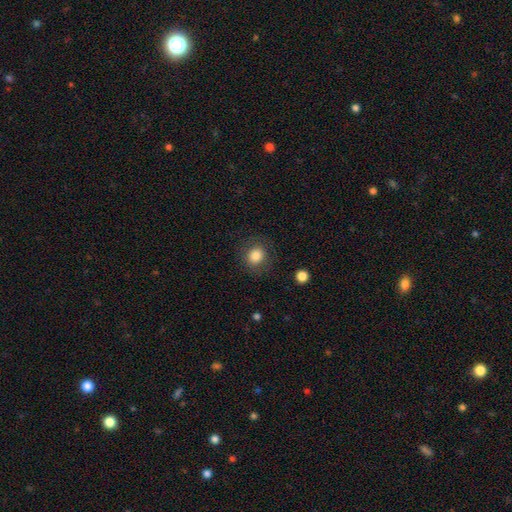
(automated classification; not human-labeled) Smooth or featured? smooth (83%)
How rounded? round (83%)
Merging? none (84%)